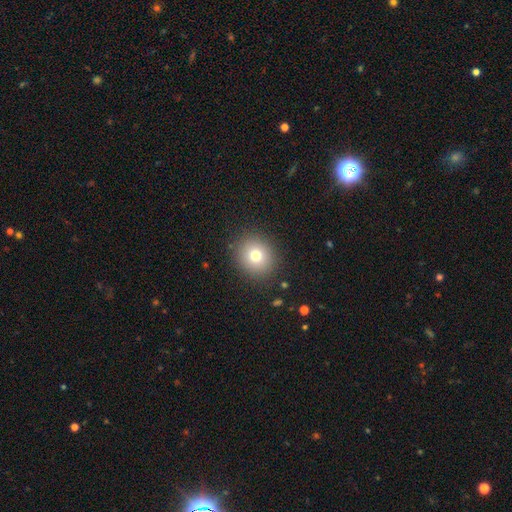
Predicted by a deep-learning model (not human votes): Smooth or featured? smooth (75%)
How rounded? round (83%)
Merging? none (89%)